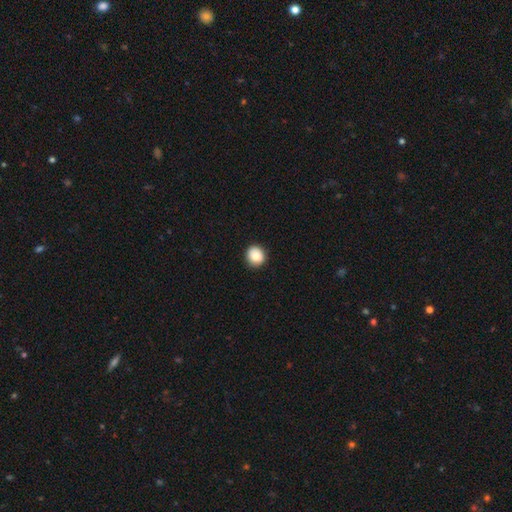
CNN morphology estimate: A smooth galaxy with no disk features (87%) that is round (88%). Merging: none (89%).